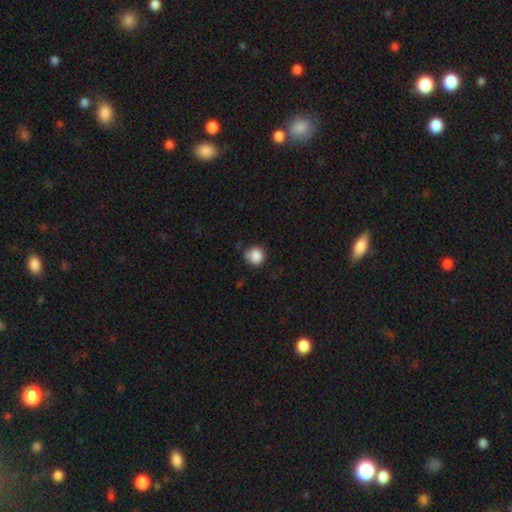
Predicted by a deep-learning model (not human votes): Smooth or featured? Predicted: smooth (p=0.87). How rounded? Predicted: round (p=0.91). Merging? Predicted: none (p=0.68).